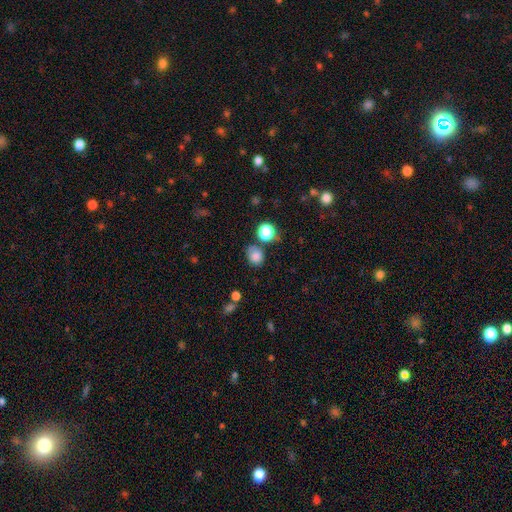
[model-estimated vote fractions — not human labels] The model was most divided on "how rounded": round: 64%, in between: 35%, cigar-shaped: 1%. More confident: smooth or featured — smooth (81%); merging — none (68%).